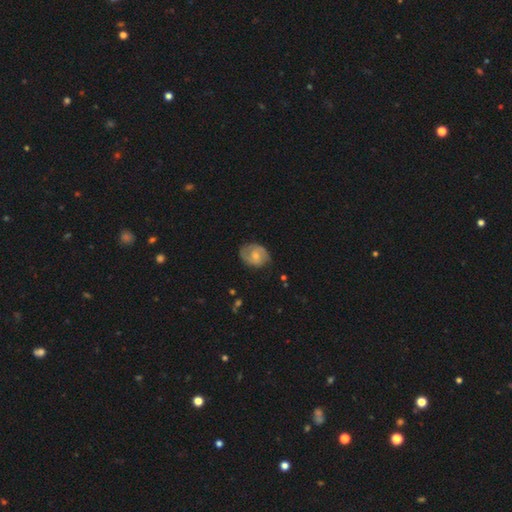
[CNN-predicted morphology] This appears to be a featured or disk galaxy (59%) with no bar (55%), spiral arms (82%) and a small central bulge (47%). Merging: none (71%).